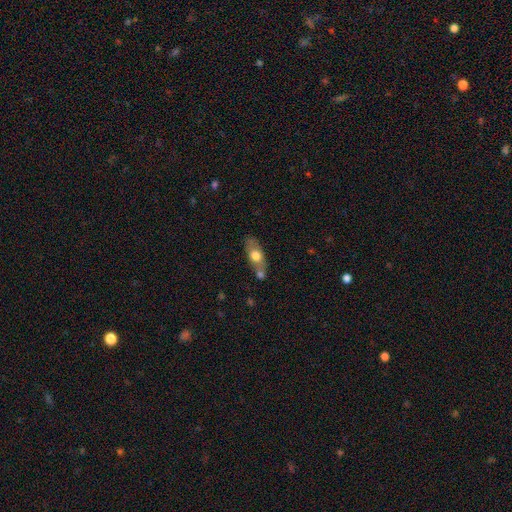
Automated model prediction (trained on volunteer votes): Smooth or featured: smooth — 59% (featured or disk — 35%)
How rounded: in between — 69% (cigar-shaped — 24%)
Merging: none — 55% (merger — 22%)